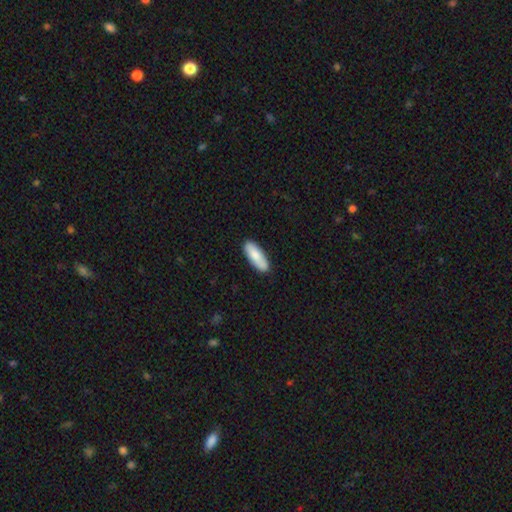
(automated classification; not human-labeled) smooth-or-featured: smooth: 81% | featured or disk: 13% | star or artifact: 6%
  how-rounded: in between: 68% | cigar-shaped: 30% | round: 2%
  merging: none: 86% | minor disturbance: 10% | major disturbance: 2% | merger: 1%